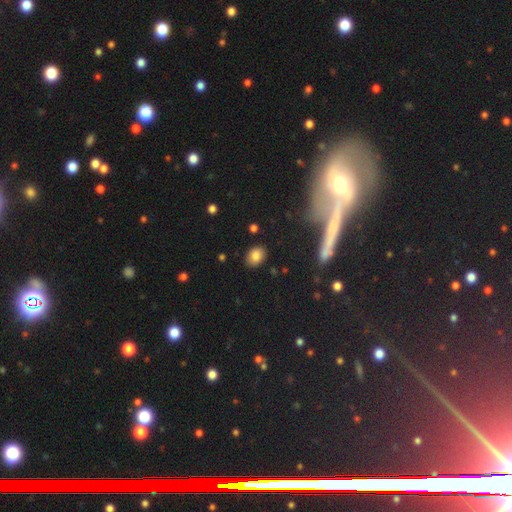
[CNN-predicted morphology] A smooth galaxy with no disk features (82%) that is in between round and cigar-shaped (66%). Merging: none (87%).